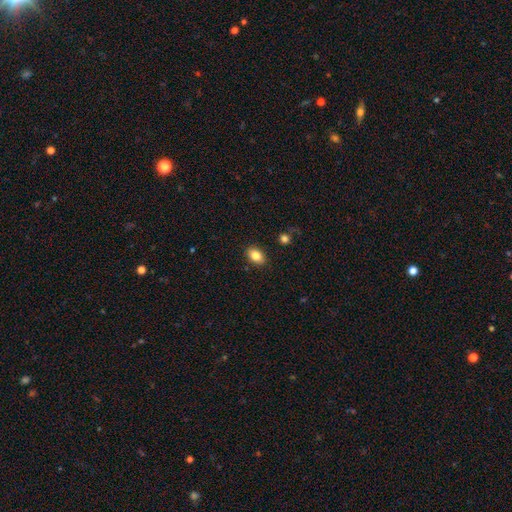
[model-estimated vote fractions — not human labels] Smooth or featured?
  - smooth: 84% *
  - star or artifact: 8%
  - featured or disk: 8%
How rounded?
  - in between: 86% *
  - round: 12%
  - cigar-shaped: 2%
Merging?
  - none: 88% *
  - minor disturbance: 8%
  - major disturbance: 2%
  - merger: 2%